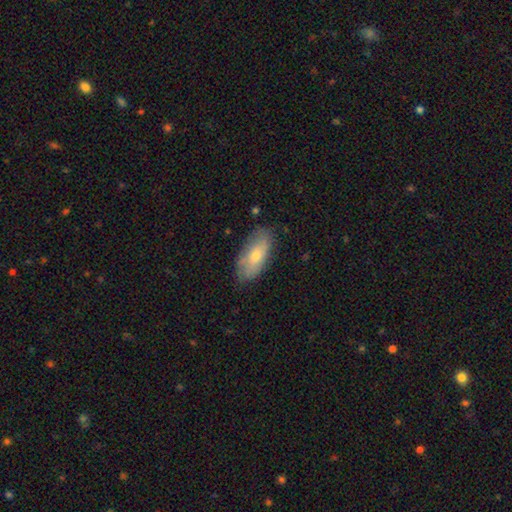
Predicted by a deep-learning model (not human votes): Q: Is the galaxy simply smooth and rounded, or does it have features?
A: smooth — 65%.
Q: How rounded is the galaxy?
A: in between — 86%.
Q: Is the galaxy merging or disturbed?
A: none — 76%.